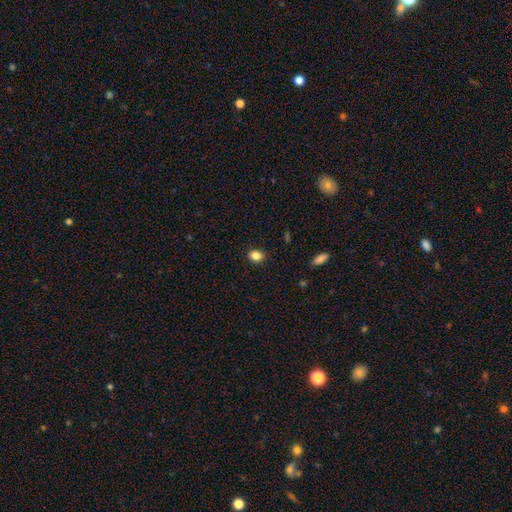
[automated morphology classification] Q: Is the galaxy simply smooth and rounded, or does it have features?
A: smooth — 85%.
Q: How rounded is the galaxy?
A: in between — 51%.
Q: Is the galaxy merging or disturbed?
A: none — 89%.